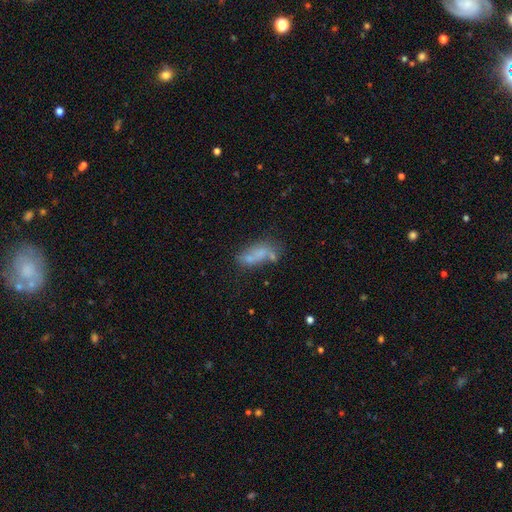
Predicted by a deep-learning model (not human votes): Q: Smooth or featured?
A: smooth (51%); runner-up: featured or disk (36%)
Q: How rounded?
A: in between (75%); runner-up: cigar-shaped (19%)
Q: Merging?
A: none (34%); tied with: merger (34%)